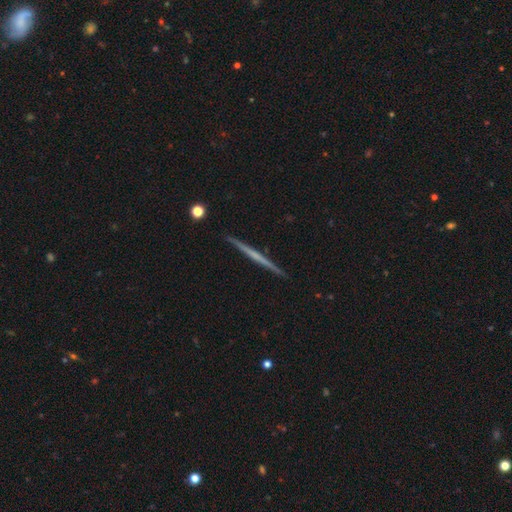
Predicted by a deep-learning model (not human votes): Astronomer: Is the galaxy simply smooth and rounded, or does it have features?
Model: featured or disk — 65%.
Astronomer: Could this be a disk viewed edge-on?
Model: yes — 98%.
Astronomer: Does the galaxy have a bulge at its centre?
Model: none — 81%.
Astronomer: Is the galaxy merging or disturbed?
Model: none — 93%.